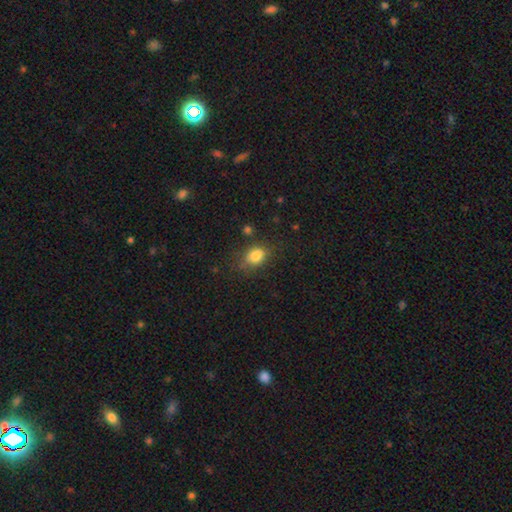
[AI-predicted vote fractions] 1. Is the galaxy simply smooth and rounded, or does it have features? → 81% smooth, 11% star or artifact, 8% featured or disk.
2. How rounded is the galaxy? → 71% in between, 27% round, 2% cigar-shaped.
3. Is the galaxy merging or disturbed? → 66% none, 22% minor disturbance, 8% major disturbance, 4% merger.